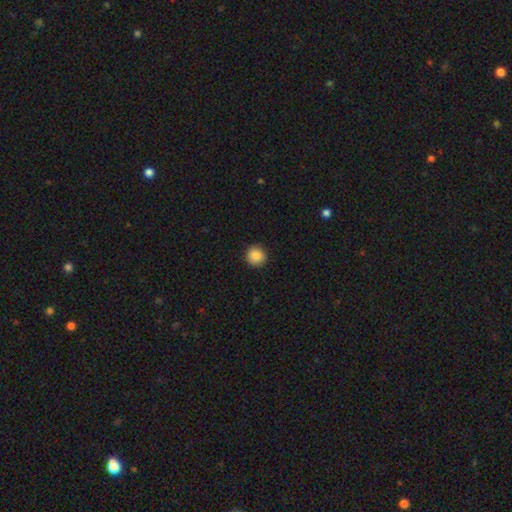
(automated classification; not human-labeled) This appears to be a smooth galaxy with no disk features (86%) that is round (93%). Merging: none (91%).